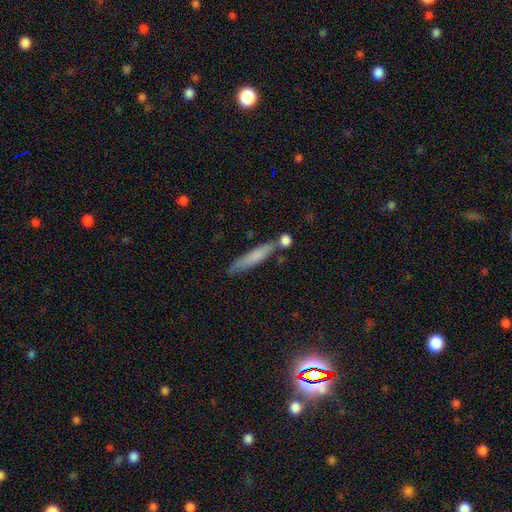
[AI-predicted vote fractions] The model was most divided on "smooth or featured": smooth: 68%, featured or disk: 24%, star or artifact: 8%. More confident: how rounded — cigar-shaped (88%); merging — none (65%).